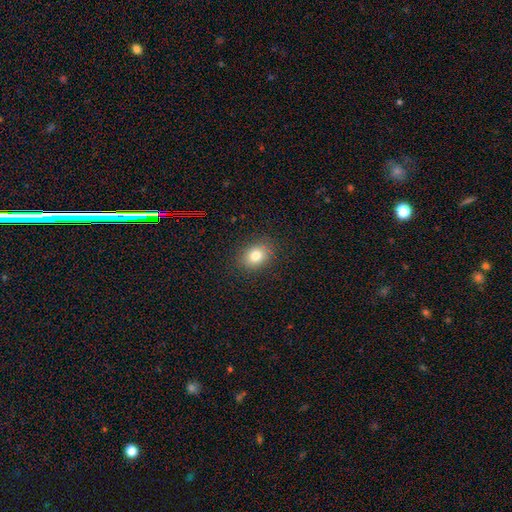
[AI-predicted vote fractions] smooth 80%, star or artifact 11%, featured or disk 9%. Down the decision tree: how rounded — in between (60%); merging — none (87%).